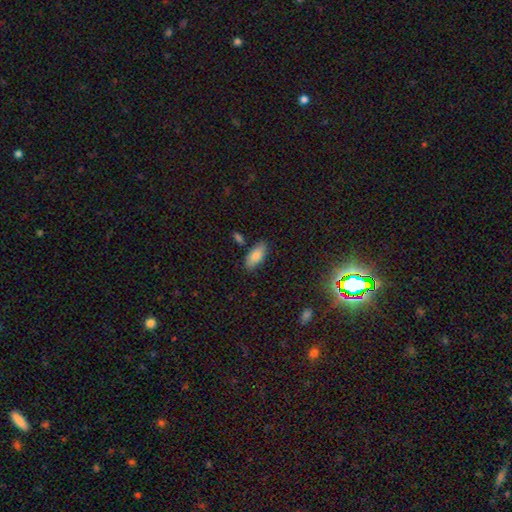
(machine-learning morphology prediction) Smooth or featured?
  - smooth: 82% *
  - featured or disk: 11%
  - star or artifact: 7%
How rounded?
  - in between: 89% *
  - cigar-shaped: 9%
  - round: 2%
Merging?
  - none: 81% *
  - minor disturbance: 12%
  - merger: 4%
  - major disturbance: 3%